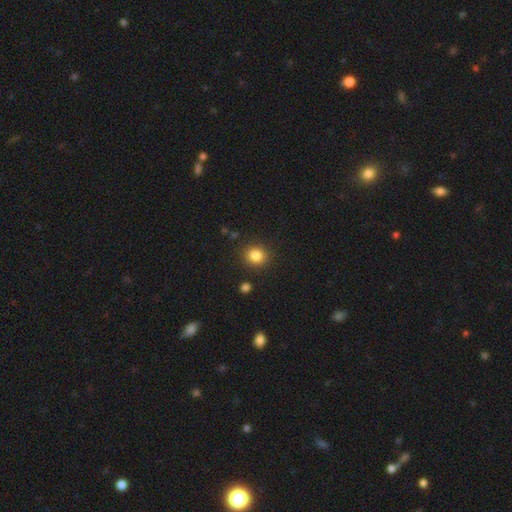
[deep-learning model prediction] Overall: smooth (84%). How rounded: round (83%). Merging: none (89%).